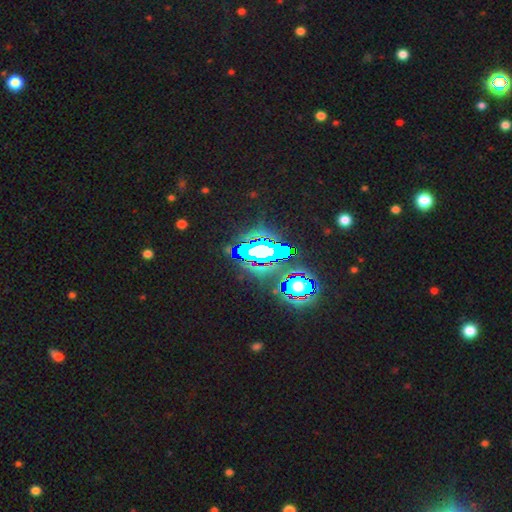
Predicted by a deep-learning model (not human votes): Smooth or featured: star or artifact — 75% (featured or disk — 13%)